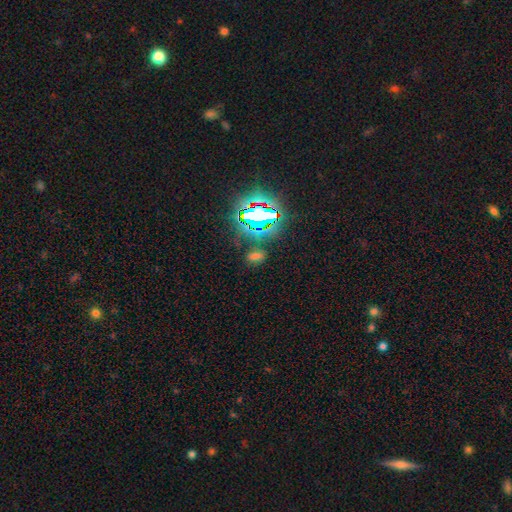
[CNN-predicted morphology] A star or artifact, not a galaxy (46%).